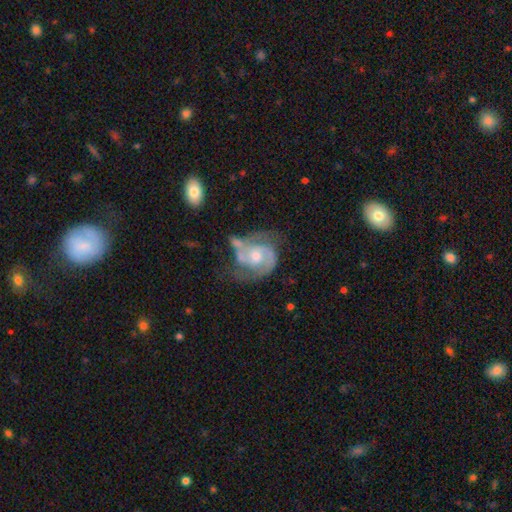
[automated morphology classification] Smooth or featured?
  - featured or disk: 89% *
  - smooth: 6%
  - star or artifact: 5%
Edge-on disk?
  - no: 98% *
  - yes: 2%
Bar?
  - no: 57% *
  - weak: 35%
  - strong: 8%
Spiral arms?
  - yes: 97% *
  - no: 3%
Spiral winding?
  - medium: 51% *
  - tight: 37%
  - loose: 13%
Spiral arm count?
  - 2: 86% *
  - can't tell: 5%
  - 3: 4%
  - 1: 3%
  - 4: 1%
  - more than 4: 1%
Bulge size?
  - moderate: 58% *
  - small: 34%
  - large: 4%
  - none: 3%
  - dominant: 1%
Merging?
  - none: 52% *
  - minor disturbance: 23%
  - major disturbance: 14%
  - merger: 11%